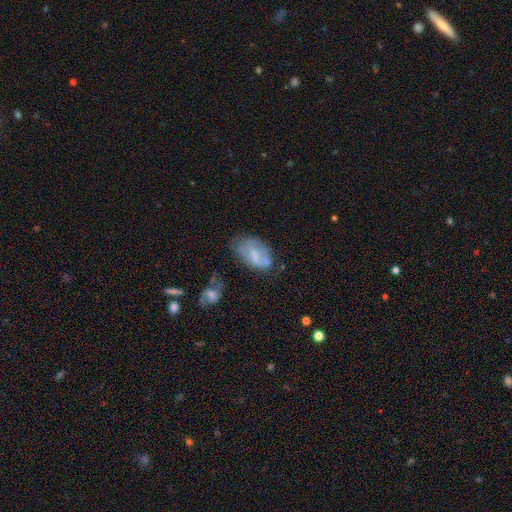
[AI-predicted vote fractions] A smooth galaxy with no disk features (53%) that is in between round and cigar-shaped (92%).

Vote fractions:
- Smooth or featured? smooth: 53% / featured or disk: 38% / star or artifact: 9%
- How rounded? in between: 92% / round: 6% / cigar-shaped: 3%
- Merging? none: 47% / minor disturbance: 32% / major disturbance: 16% / merger: 6%